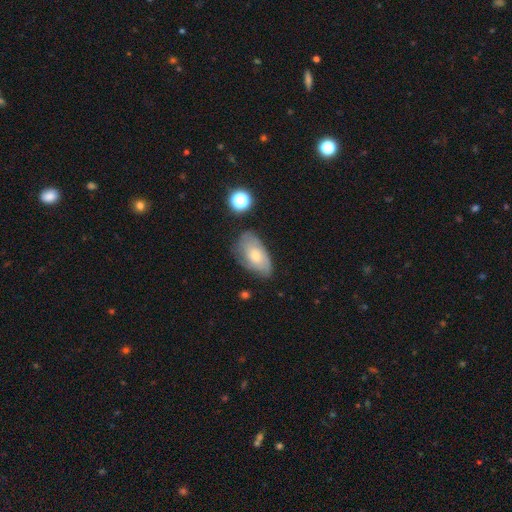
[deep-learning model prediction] Morphology: type=smooth (50%); merging=none (63%).